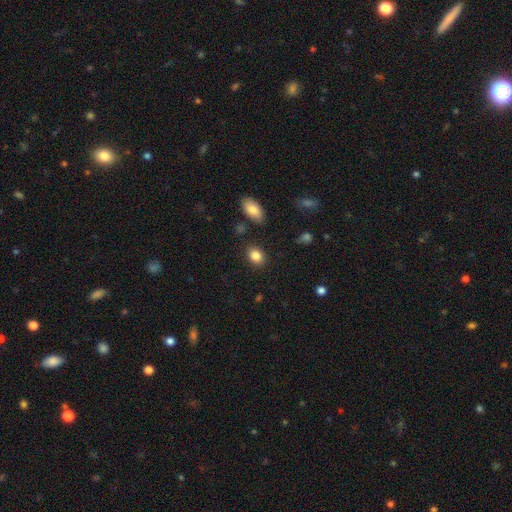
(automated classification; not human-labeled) Smooth or featured: smooth — 86% (star or artifact — 9%)
How rounded: in between — 60% (round — 39%)
Merging: none — 86% (minor disturbance — 9%)